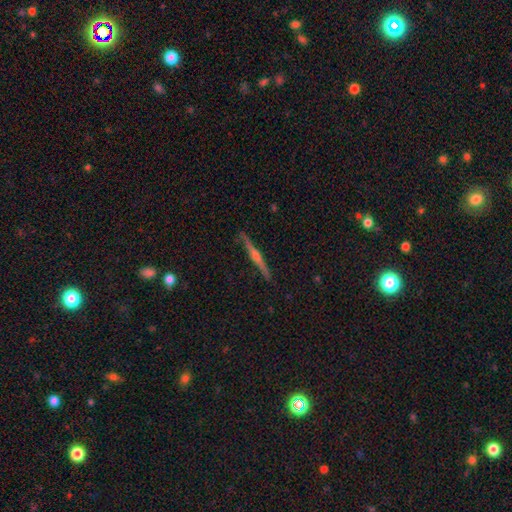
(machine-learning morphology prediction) smooth-or-featured: featured or disk: 80% | smooth: 14% | star or artifact: 6%
  disk-edge-on: yes: 98% | no: 2%
    edge-on-bulge: rounded: 84% | none: 9% | boxy: 7%
  merging: none: 91% | minor disturbance: 6% | major disturbance: 1% | merger: 1%